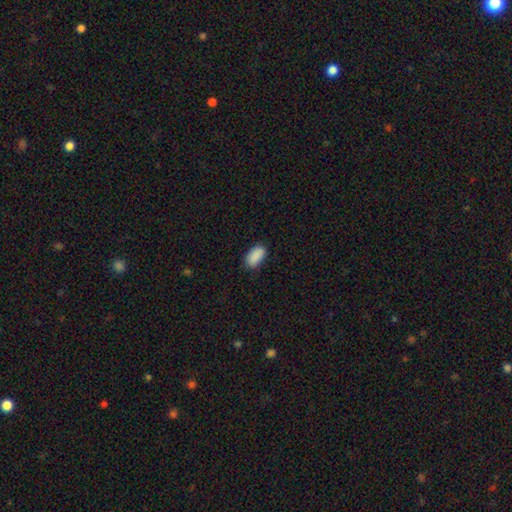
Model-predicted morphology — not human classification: A smooth galaxy with no disk features (90%) that is in between round and cigar-shaped (94%). Merging: none (81%).